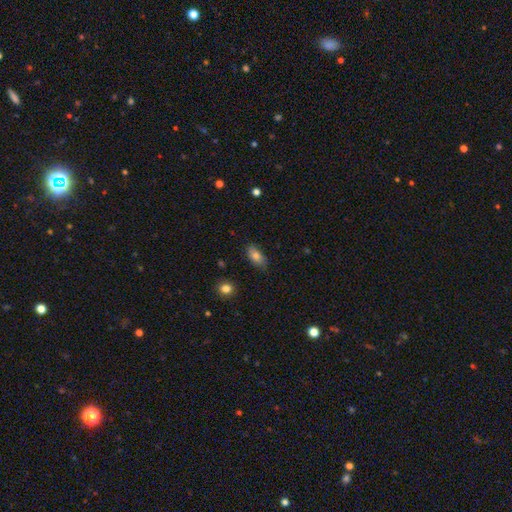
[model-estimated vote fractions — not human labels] This appears to be a smooth galaxy with no disk features (79%) that is in between round and cigar-shaped (89%). Merging: none (80%).